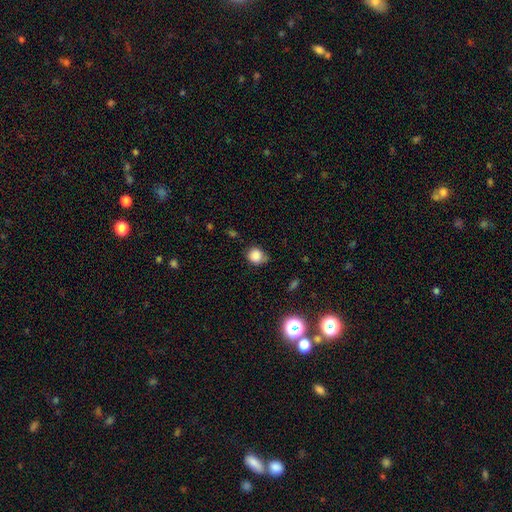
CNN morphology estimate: Smooth or featured? Predicted: smooth (p=0.84). How rounded? Predicted: round (p=0.79). Merging? Predicted: none (p=0.62).